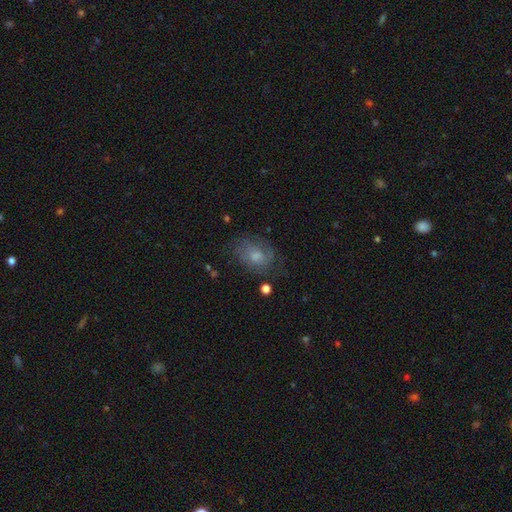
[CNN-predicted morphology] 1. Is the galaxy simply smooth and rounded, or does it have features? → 45% smooth, 38% featured or disk, 18% star or artifact.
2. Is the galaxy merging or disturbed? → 67% none, 20% minor disturbance, 10% major disturbance, 2% merger.